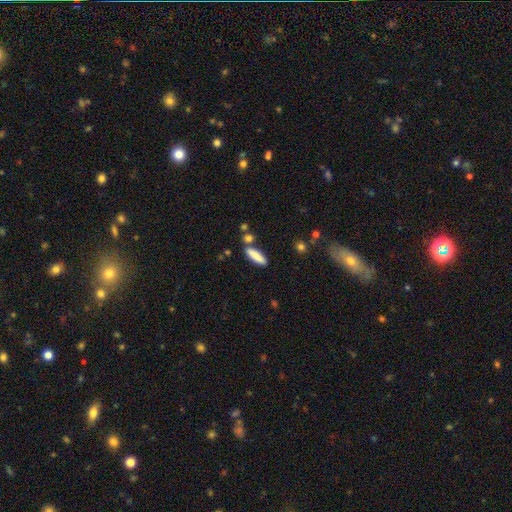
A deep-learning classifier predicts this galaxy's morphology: This is clearly a smooth galaxy (84%). How rounded: likely cigar-shaped (64%). Merging: likely none (78%).